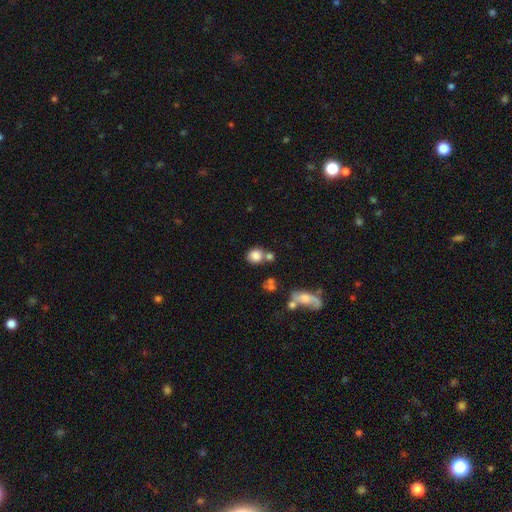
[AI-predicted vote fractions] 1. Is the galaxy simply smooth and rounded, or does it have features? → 81% smooth, 10% star or artifact, 8% featured or disk.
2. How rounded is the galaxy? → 77% round, 22% in between, 1% cigar-shaped.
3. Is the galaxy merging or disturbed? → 56% none, 25% merger, 13% minor disturbance, 5% major disturbance.